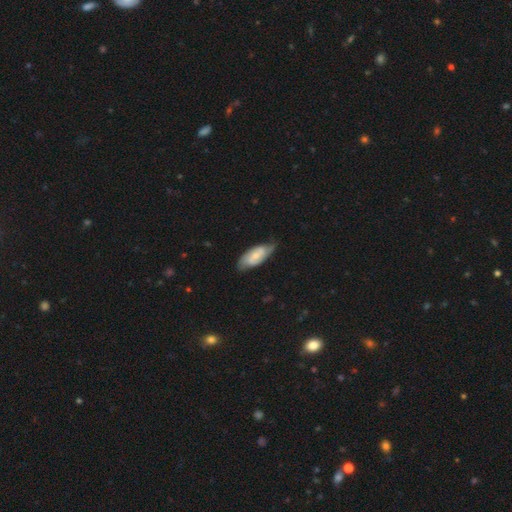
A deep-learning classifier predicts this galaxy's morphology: A featured or disk galaxy (57%) with no bar (48%), spiral arms (86%) and a small central bulge (56%). Merging: none (65%).